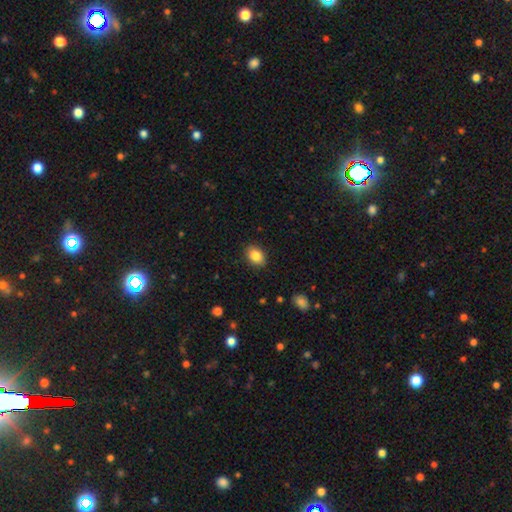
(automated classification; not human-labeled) Q: Smooth or featured?
A: smooth (87%); runner-up: star or artifact (8%)
Q: How rounded?
A: in between (75%); runner-up: round (24%)
Q: Merging?
A: none (88%); runner-up: minor disturbance (8%)